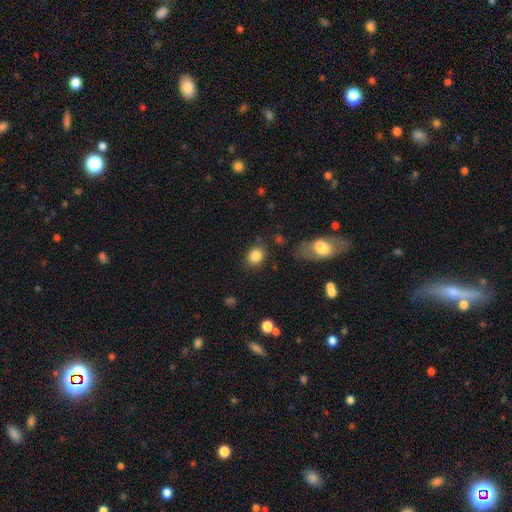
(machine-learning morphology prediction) Overall: smooth (85%). How rounded: round (61%; in between 38%). Merging: none (81%).